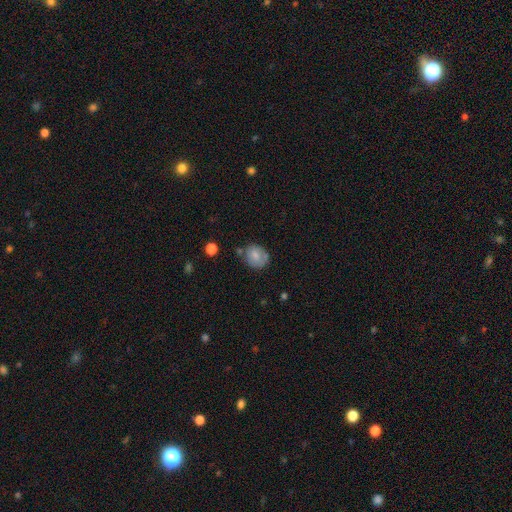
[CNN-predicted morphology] A smooth galaxy with no disk features (75%) that is round (66%).

Vote fractions:
- Smooth or featured? smooth: 75% / featured or disk: 17% / star or artifact: 9%
- How rounded? round: 66% / in between: 34% / cigar-shaped: 1%
- Merging? none: 63% / minor disturbance: 22% / merger: 8% / major disturbance: 6%